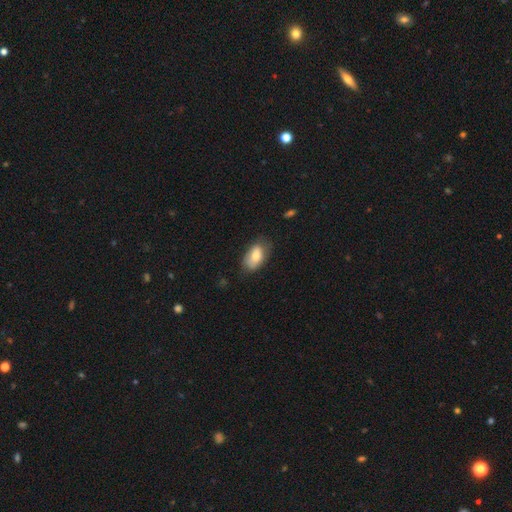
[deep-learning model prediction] smooth_or_featured: smooth (p=0.76) [alt: featured or disk p=0.18]
how_rounded: in between (p=0.92) [alt: round p=0.06]
merging: none (p=0.62) [alt: minor disturbance p=0.29]